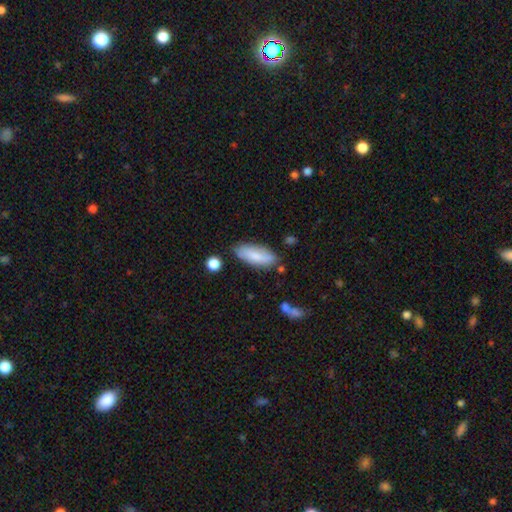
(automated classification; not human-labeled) smooth-or-featured: smooth: 79% | featured or disk: 15% | star or artifact: 6%
  how-rounded: in between: 75% | cigar-shaped: 23% | round: 2%
  merging: none: 75% | minor disturbance: 18% | merger: 4% | major disturbance: 4%